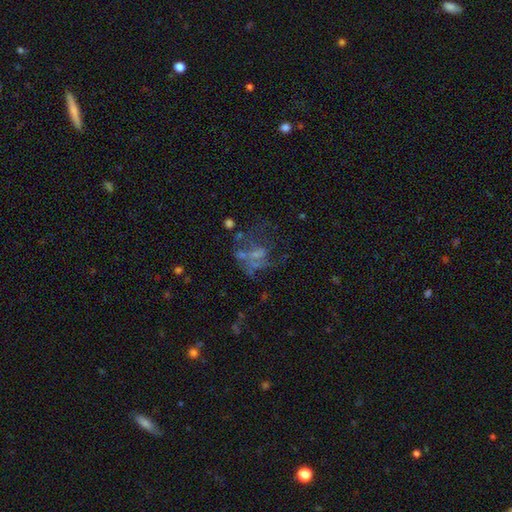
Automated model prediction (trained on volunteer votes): Q: Smooth or featured?
A: featured or disk (54%); runner-up: smooth (24%)
Q: Edge-on disk?
A: no (97%); runner-up: yes (3%)
Q: Bar?
A: no (76%); runner-up: weak (19%)
Q: Spiral arms?
A: no (75%); runner-up: yes (25%)
Q: Bulge size?
A: none (52%); runner-up: small (27%)
Q: Merging?
A: major disturbance (41%); runner-up: none (33%)